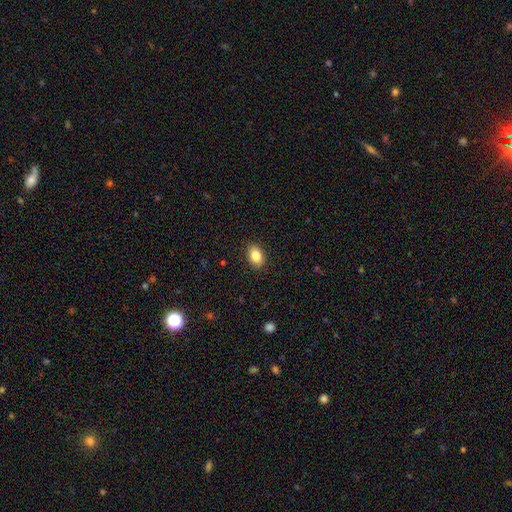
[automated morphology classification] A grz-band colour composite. It shows a smooth galaxy with no disk features (85%) that is in between round and cigar-shaped (83%). Merging: none (89%).